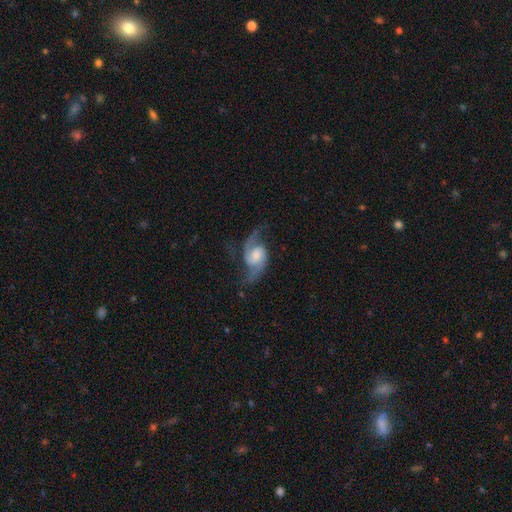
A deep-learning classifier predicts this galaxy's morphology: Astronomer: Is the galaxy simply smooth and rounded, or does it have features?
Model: featured or disk — 86%.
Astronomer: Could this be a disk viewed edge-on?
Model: no — 97%.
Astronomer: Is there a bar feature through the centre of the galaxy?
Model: no — 58% (runner-up: weak, 35%).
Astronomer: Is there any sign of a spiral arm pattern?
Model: yes — 97%.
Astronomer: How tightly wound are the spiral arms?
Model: loose — 45% (runner-up: medium, 44%).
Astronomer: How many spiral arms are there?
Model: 2 — 89%.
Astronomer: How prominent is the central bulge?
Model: moderate — 41% (runner-up: small, 27%).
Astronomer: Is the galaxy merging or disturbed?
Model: none — 64%.